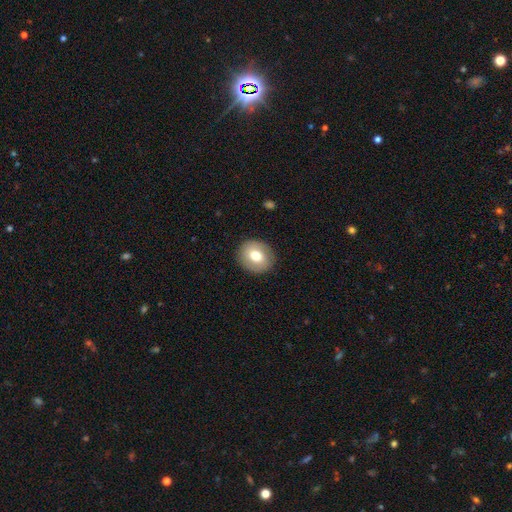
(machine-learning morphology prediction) smooth 72%, featured or disk 21%, star or artifact 8%. Down the decision tree: how rounded — round (68%); merging — none (88%).